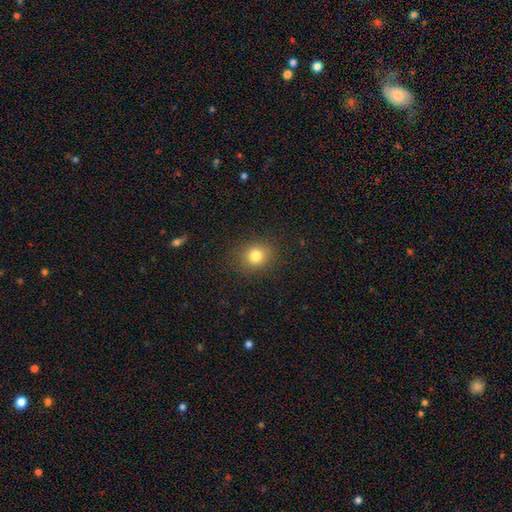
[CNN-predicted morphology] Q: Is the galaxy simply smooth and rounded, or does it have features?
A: smooth — 81%.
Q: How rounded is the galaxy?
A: round — 75%.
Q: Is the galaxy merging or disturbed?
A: none — 88%.